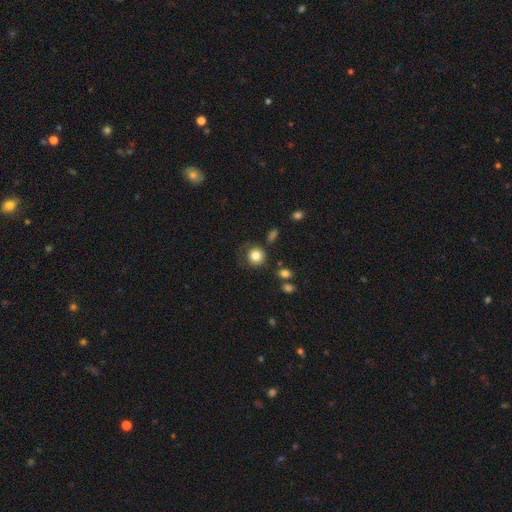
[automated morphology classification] A smooth galaxy with no disk features (83%) that is round (88%). Merging: none (73%).